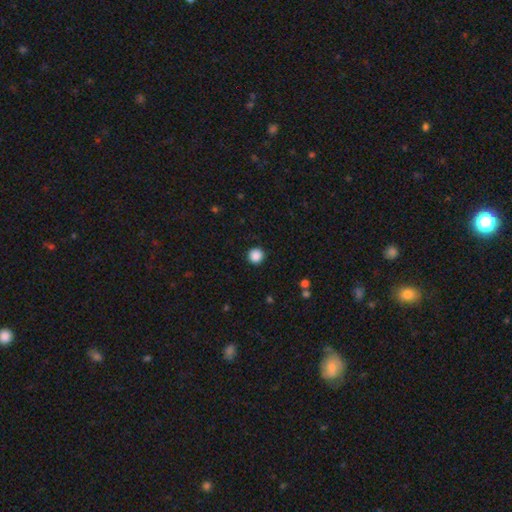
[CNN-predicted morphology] Smooth or featured? smooth (88%)
How rounded? round (96%)
Merging? none (93%)